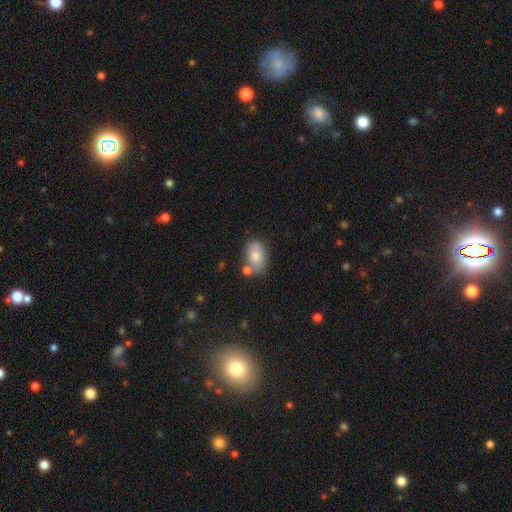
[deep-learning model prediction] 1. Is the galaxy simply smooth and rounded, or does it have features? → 75% smooth, 18% featured or disk, 8% star or artifact.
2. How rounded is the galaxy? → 86% in between, 13% round, 1% cigar-shaped.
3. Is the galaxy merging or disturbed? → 57% none, 20% minor disturbance, 18% merger, 5% major disturbance.